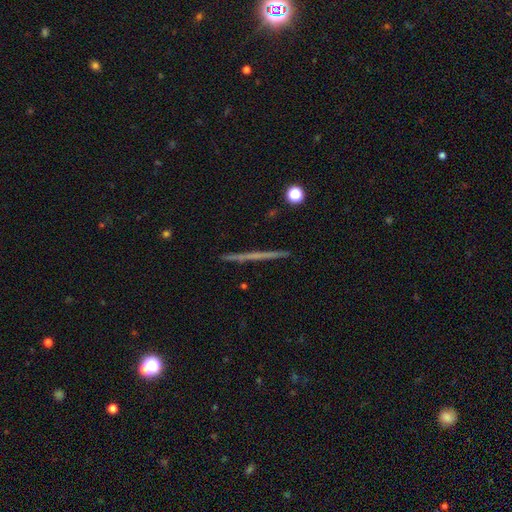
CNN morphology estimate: Q: Smooth or featured?
A: featured or disk (61%); runner-up: smooth (32%)
Q: Edge-on disk?
A: yes (98%); runner-up: no (2%)
Q: Edge-on bulge?
A: none (85%); runner-up: rounded (11%)
Q: Merging?
A: none (93%); runner-up: minor disturbance (5%)